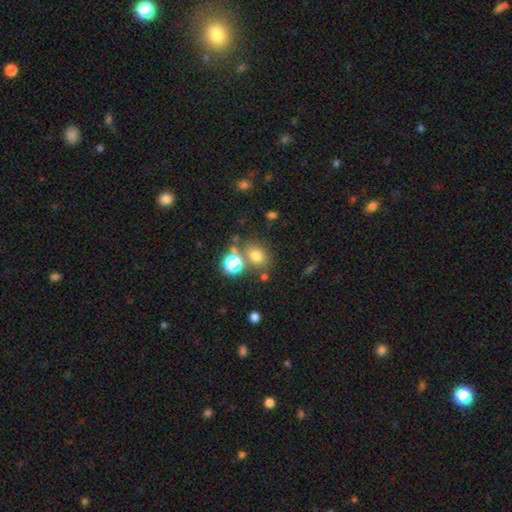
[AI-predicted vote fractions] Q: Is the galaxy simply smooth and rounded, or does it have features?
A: smooth — 71%.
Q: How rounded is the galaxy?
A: round — 59%.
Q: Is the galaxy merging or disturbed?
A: none — 68%.